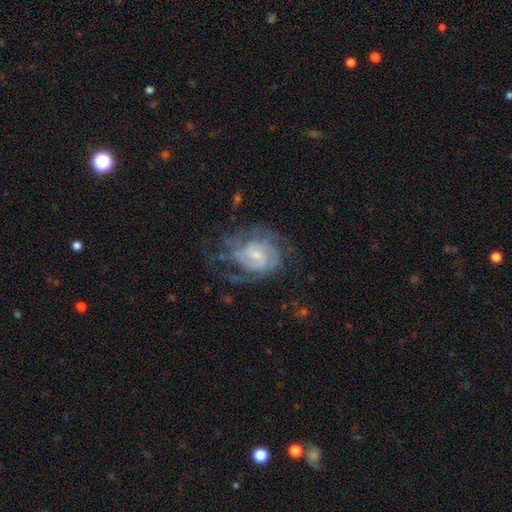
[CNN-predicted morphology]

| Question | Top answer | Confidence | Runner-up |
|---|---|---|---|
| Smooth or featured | featured or disk | 84% | smooth (10%) |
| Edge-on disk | no | 98% | yes (2%) |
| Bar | weak | 48% | no (42%) |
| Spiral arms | yes | 93% | no (7%) |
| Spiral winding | tight | 52% | medium (37%) |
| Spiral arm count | can't tell | 33% | tied: 2 (33%) |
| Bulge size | small | 64% | moderate (28%) |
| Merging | none | 55% | major disturbance (23%) |